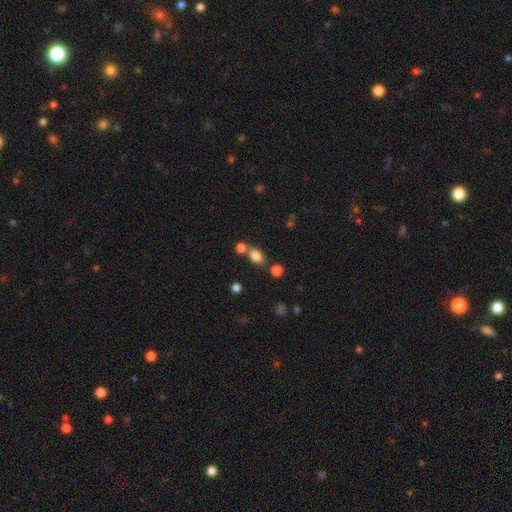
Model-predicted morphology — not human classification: A smooth galaxy with no disk features (82%) that is in between round and cigar-shaped (76%).

Vote fractions:
- Smooth or featured? smooth: 82% / star or artifact: 11% / featured or disk: 7%
- How rounded? in between: 76% / round: 22% / cigar-shaped: 2%
- Merging? none: 58% / merger: 28% / minor disturbance: 10% / major disturbance: 4%